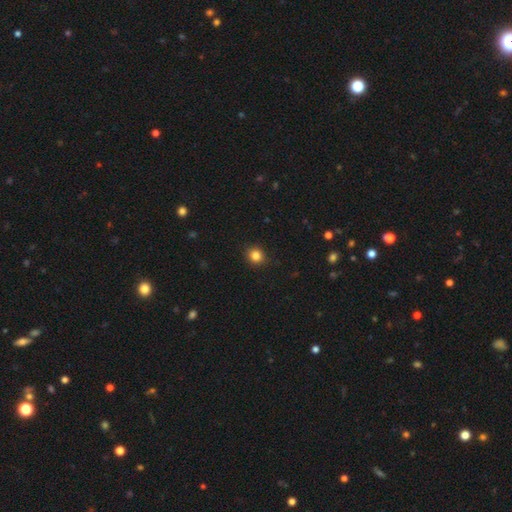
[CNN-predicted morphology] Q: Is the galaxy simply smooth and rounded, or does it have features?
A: smooth — 83%.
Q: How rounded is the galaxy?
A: round — 88%.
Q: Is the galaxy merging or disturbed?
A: none — 91%.